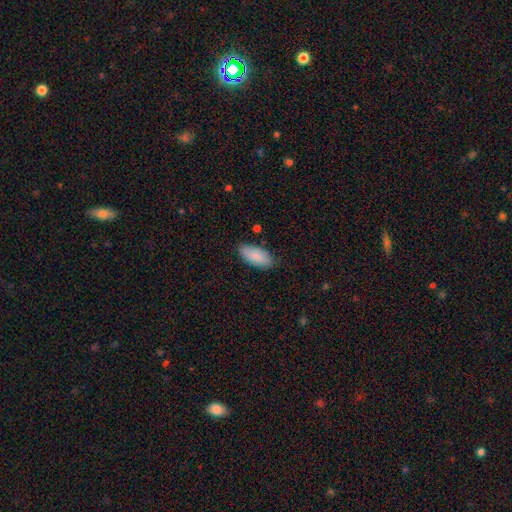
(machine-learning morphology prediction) The model was most divided on "merging": none: 80%, minor disturbance: 16%, major disturbance: 3%, merger: 2%. More confident: how rounded — in between (88%); smooth or featured — smooth (86%).